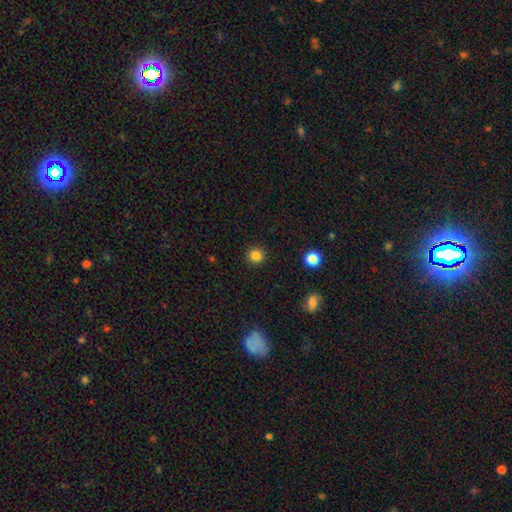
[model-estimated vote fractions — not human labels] Overall: smooth (84%). How rounded: round (95%). Merging: none (92%).